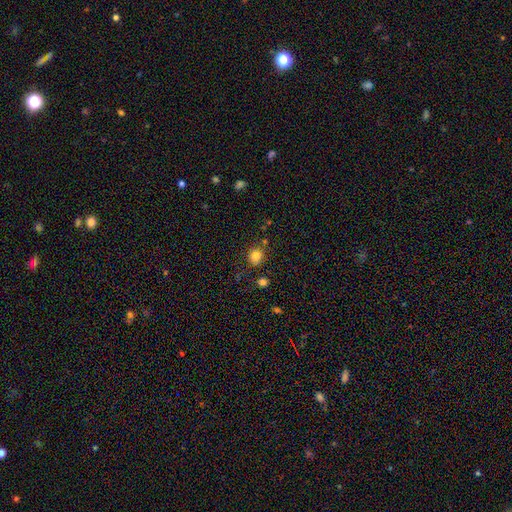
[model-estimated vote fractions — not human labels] smooth 82%, star or artifact 12%, featured or disk 6%. Down the decision tree: how rounded — round (79%); merging — none (78%).